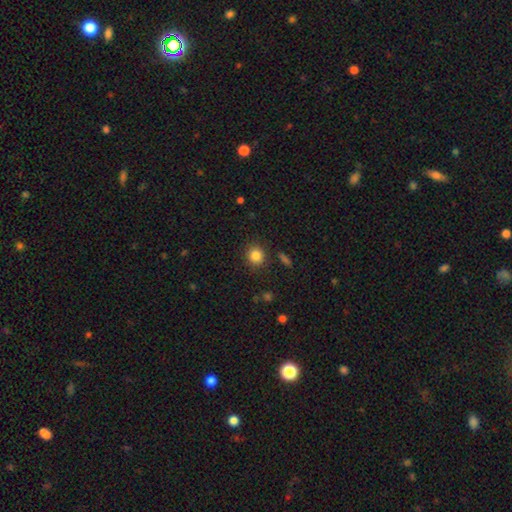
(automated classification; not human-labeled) Smooth or featured? Predicted: smooth (p=0.84). How rounded? Predicted: round (p=0.86). Merging? Predicted: none (p=0.88).